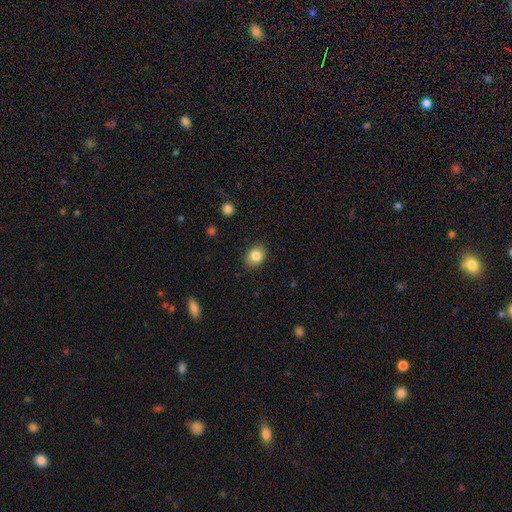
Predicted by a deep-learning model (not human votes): Smooth or featured: smooth — 83% (star or artifact — 9%)
How rounded: in between — 56% (round — 43%)
Merging: none — 87% (minor disturbance — 10%)